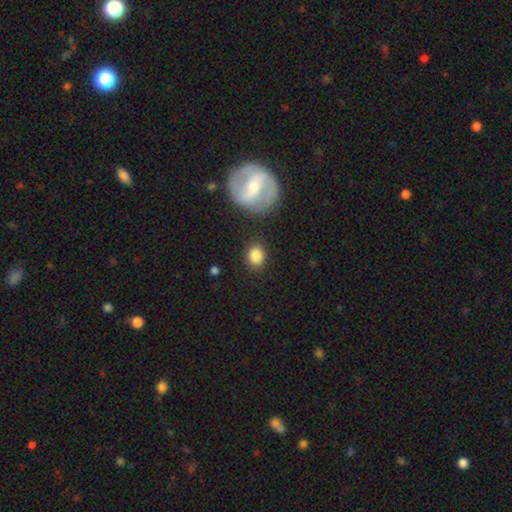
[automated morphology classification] Smooth or featured? Predicted: smooth (p=0.84). How rounded? Predicted: round (p=0.66). Merging? Predicted: none (p=0.83).